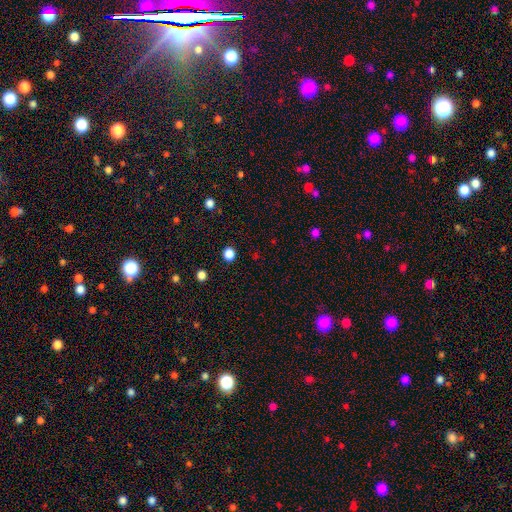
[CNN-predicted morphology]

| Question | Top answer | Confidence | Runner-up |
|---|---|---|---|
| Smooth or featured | smooth | 74% | star or artifact (23%) |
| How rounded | round | 86% | in between (13%) |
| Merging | none | 90% | minor disturbance (6%) |